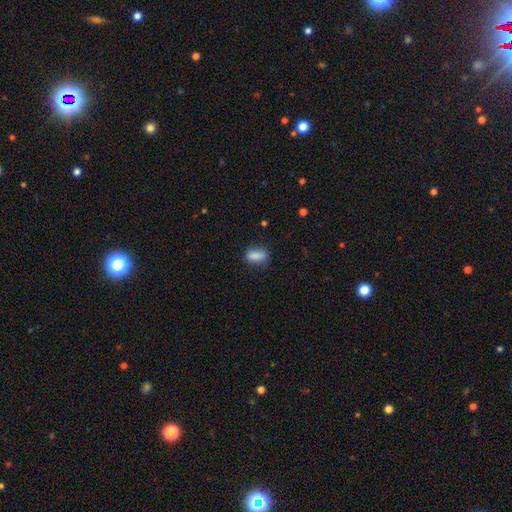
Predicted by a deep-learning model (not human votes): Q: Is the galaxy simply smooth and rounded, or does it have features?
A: smooth — 86%.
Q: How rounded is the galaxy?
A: in between — 83%.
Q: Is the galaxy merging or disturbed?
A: none — 75%.